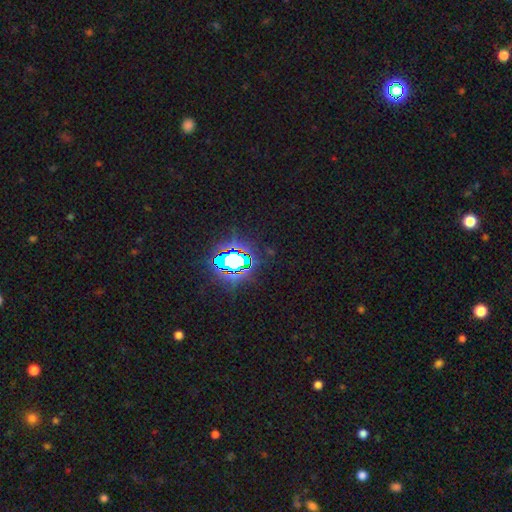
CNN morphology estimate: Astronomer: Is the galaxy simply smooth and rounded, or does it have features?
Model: star or artifact — 82%.